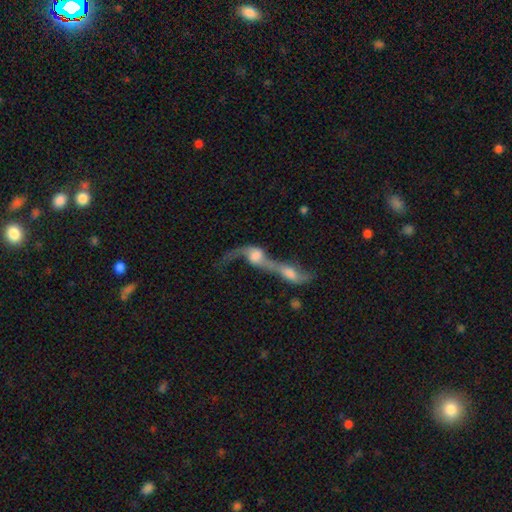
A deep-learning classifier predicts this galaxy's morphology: Smooth or featured: featured or disk — 57% (smooth — 33%)
Edge-on disk: no — 85% (yes — 15%)
Merging: merger — 84% (major disturbance — 8%)